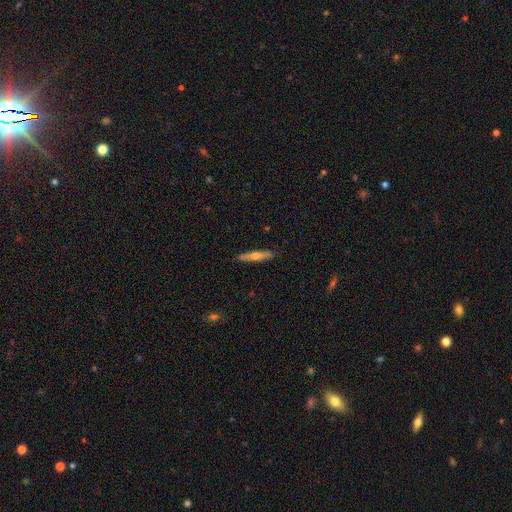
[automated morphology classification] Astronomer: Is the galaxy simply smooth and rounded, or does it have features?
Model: featured or disk — 50% (runner-up: smooth, 43%).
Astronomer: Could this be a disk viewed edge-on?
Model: yes — 95%.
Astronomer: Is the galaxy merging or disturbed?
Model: none — 89%.